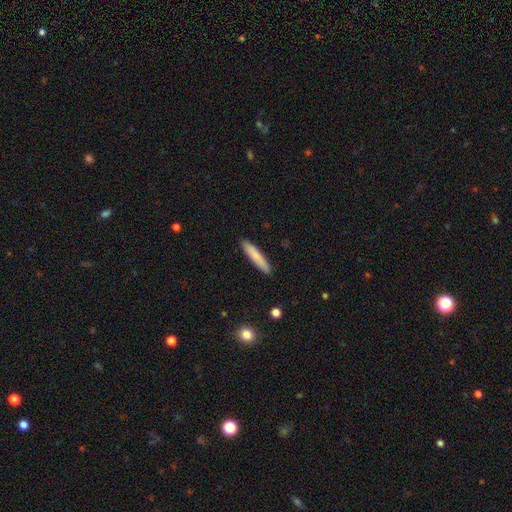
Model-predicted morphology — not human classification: This appears to be a smooth galaxy with no disk features (80%) that is cigar-shaped (90%). Merging: none (90%).